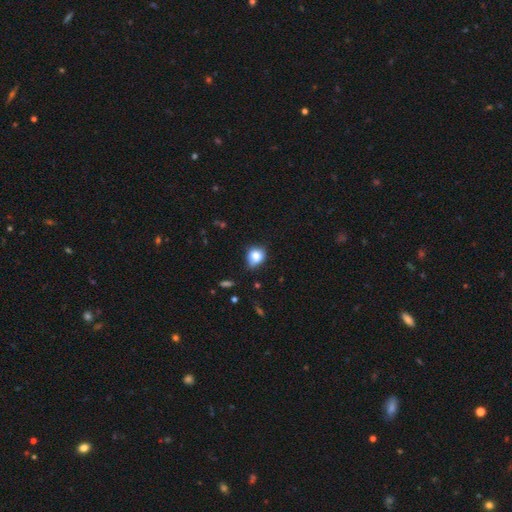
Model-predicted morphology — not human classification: smooth-or-featured: smooth: 78% | featured or disk: 11% | star or artifact: 11%
  how-rounded: round: 66% | in between: 33% | cigar-shaped: 1%
  merging: none: 58% | minor disturbance: 31% | major disturbance: 8% | merger: 3%